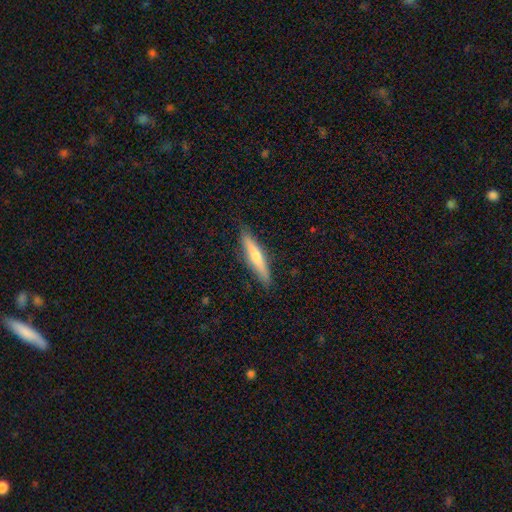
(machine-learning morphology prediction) The model was most divided on "smooth or featured": featured or disk: 49%, smooth: 44%, star or artifact: 6%. More confident: merging — none (89%).